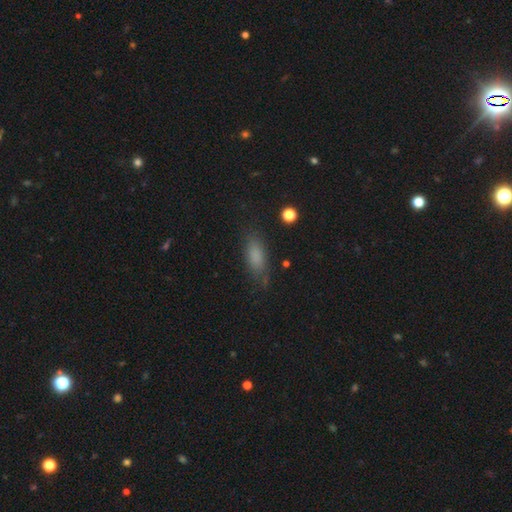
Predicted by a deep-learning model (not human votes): smooth 78%, featured or disk 11%, star or artifact 10%. Down the decision tree: how rounded — in between (69%); merging — none (74%).